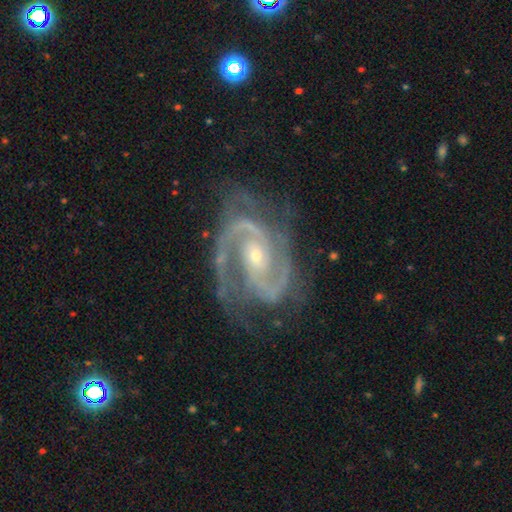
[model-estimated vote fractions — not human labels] Smooth or featured? featured or disk (92%)
Edge-on disk? no (97%)
Bar? no (45%)
Spiral arms? yes (99%)
Spiral winding? medium (53%)
Spiral arm count? 2 (84%)
Bulge size? small (64%)
Merging? none (71%)